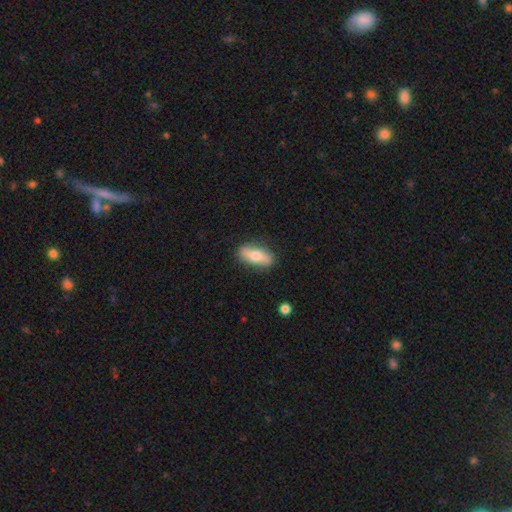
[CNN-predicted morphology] type=smooth (59%); roundness=in between (68%); merging=none (85%).